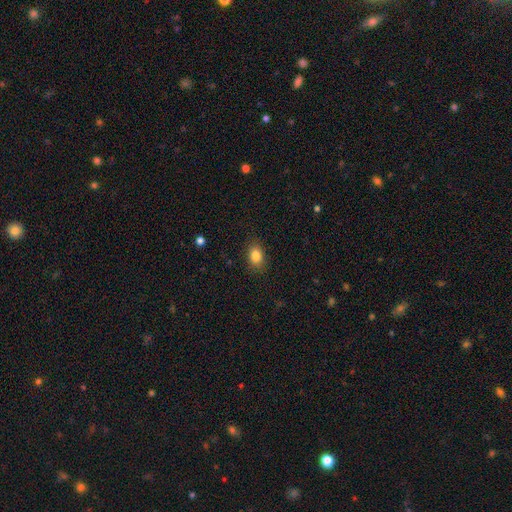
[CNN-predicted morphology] This is clearly a smooth galaxy (85%). How rounded: likely in between (73%). Merging: clearly none (86%).